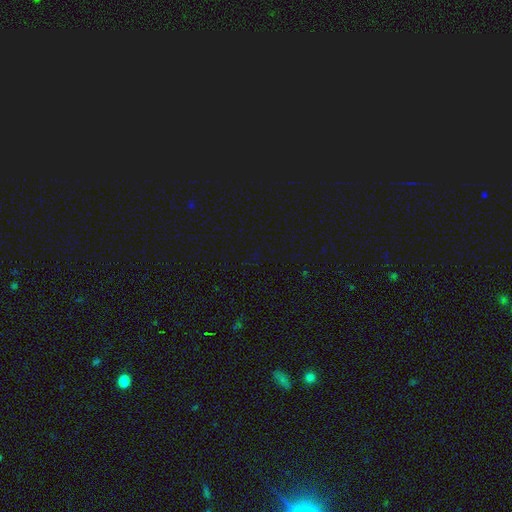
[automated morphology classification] Q: Smooth or featured?
A: star or artifact (73%); runner-up: smooth (20%)